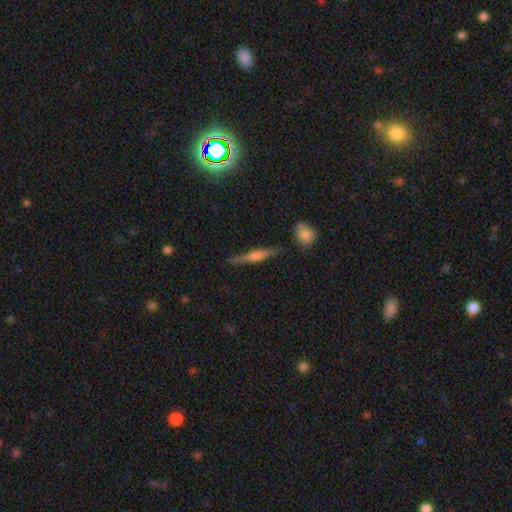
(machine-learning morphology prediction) Q: Smooth or featured?
A: featured or disk (57%); runner-up: smooth (35%)
Q: Edge-on disk?
A: yes (96%); runner-up: no (4%)
Q: Edge-on bulge?
A: rounded (57%); runner-up: boxy (28%)
Q: Merging?
A: none (84%); runner-up: minor disturbance (11%)